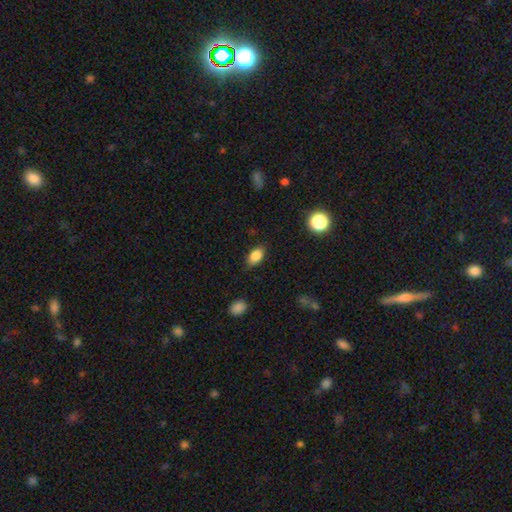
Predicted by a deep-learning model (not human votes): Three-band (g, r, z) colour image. It shows a smooth galaxy with no disk features (85%) that is in between round and cigar-shaped (88%). Merging: none (83%).